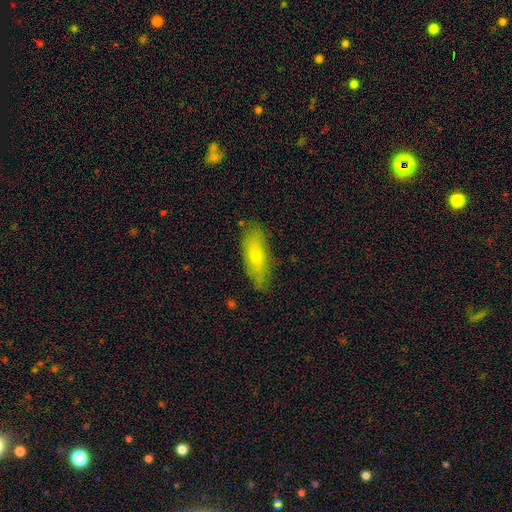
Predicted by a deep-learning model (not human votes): Smooth or featured?
  - smooth: 63% *
  - featured or disk: 30%
  - star or artifact: 7%
How rounded?
  - in between: 61% *
  - cigar-shaped: 36%
  - round: 3%
Merging?
  - none: 77% *
  - minor disturbance: 18%
  - major disturbance: 3%
  - merger: 2%